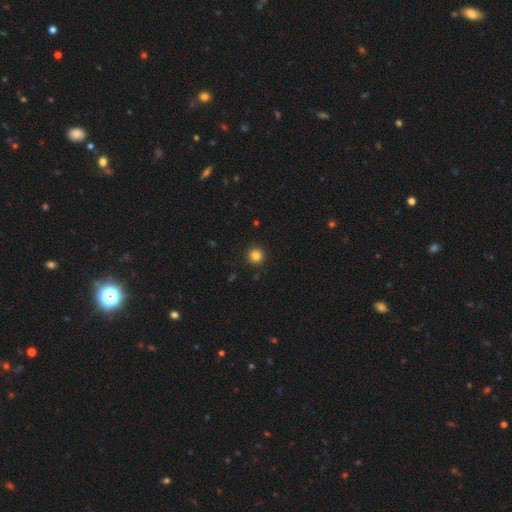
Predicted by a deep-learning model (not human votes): Smooth or featured: smooth — 84% (star or artifact — 12%)
How rounded: round — 95% (in between — 4%)
Merging: none — 93% (minor disturbance — 5%)